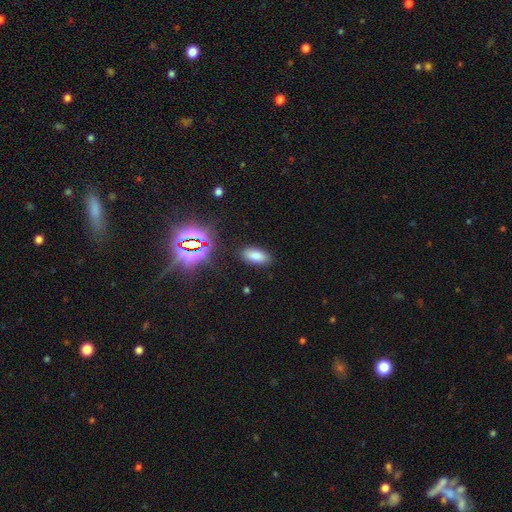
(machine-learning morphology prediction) smooth-or-featured: smooth: 76% | star or artifact: 17% | featured or disk: 7%
  how-rounded: in between: 90% | cigar-shaped: 6% | round: 4%
  merging: none: 86% | minor disturbance: 9% | major disturbance: 3% | merger: 2%